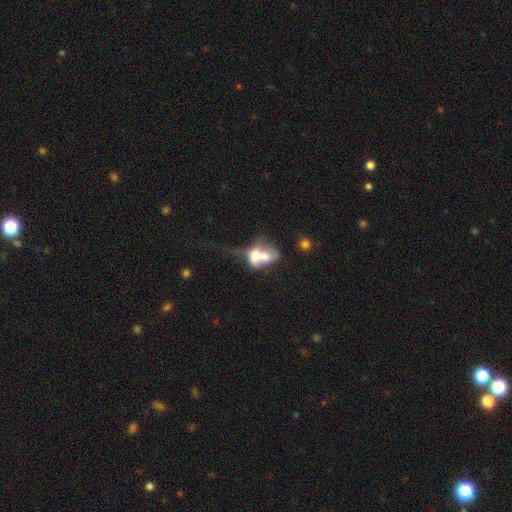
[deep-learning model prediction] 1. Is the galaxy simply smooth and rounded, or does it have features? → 50% smooth, 40% featured or disk, 10% star or artifact.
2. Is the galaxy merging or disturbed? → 62% merger, 19% major disturbance, 11% none, 8% minor disturbance.